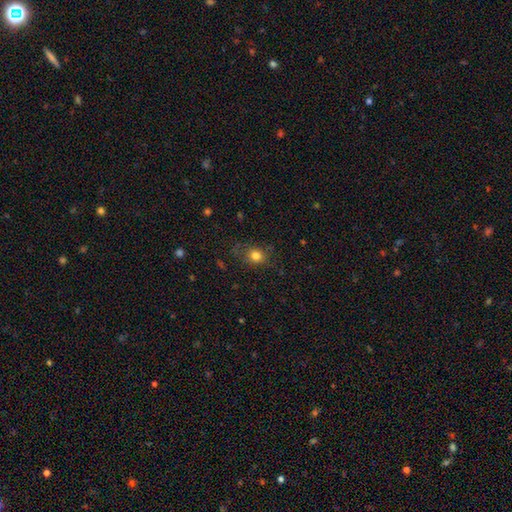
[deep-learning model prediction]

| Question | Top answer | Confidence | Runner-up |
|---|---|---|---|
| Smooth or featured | smooth | 80% | star or artifact (12%) |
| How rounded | round | 63% | in between (35%) |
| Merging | none | 72% | minor disturbance (18%) |